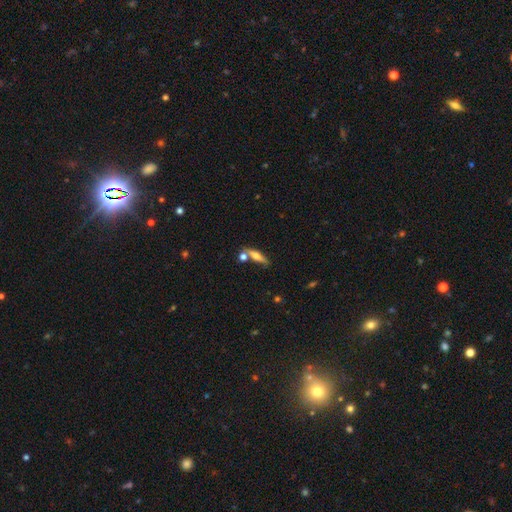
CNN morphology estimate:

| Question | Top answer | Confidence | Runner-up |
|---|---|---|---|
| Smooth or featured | smooth | 53% | featured or disk (39%) |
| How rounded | cigar-shaped | 64% | in between (32%) |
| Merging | none | 65% | merger (18%) |